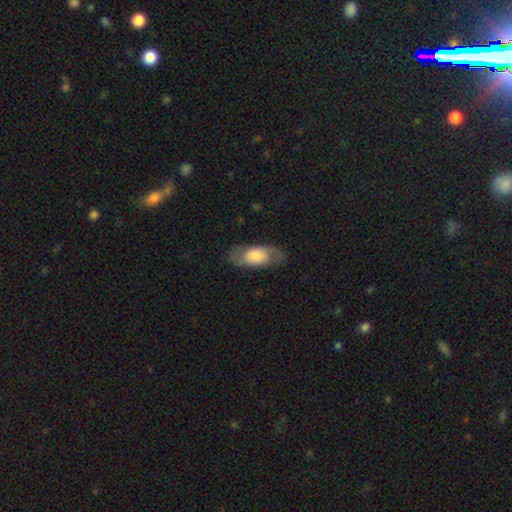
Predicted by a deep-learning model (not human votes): A smooth galaxy with no disk features (55%) that is in between round and cigar-shaped (88%). Merging: none (74%).